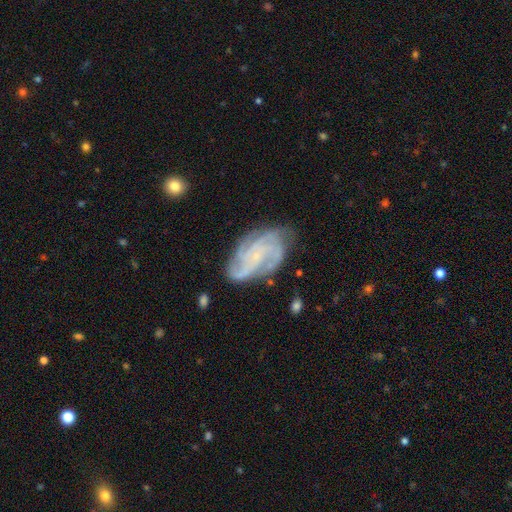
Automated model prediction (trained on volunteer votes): The model was most divided on "spiral winding": tight: 50%, medium: 40%, loose: 10%. Remaining: edge-on disk — no (97%); spiral arms — yes (97%); smooth or featured — featured or disk (82%); merging — none (72%); bulge size — small (66%); bar — no (64%); spiral arm count — 4 (35%).